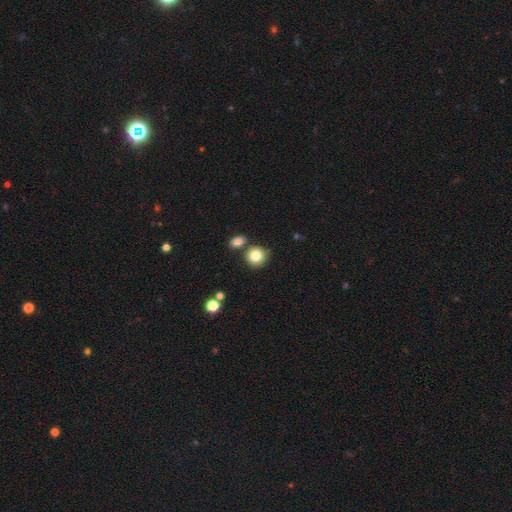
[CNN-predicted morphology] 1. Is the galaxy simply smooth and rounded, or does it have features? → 83% smooth, 9% star or artifact, 7% featured or disk.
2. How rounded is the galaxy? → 88% round, 11% in between, 1% cigar-shaped.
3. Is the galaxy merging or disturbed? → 73% none, 14% merger, 10% minor disturbance, 3% major disturbance.